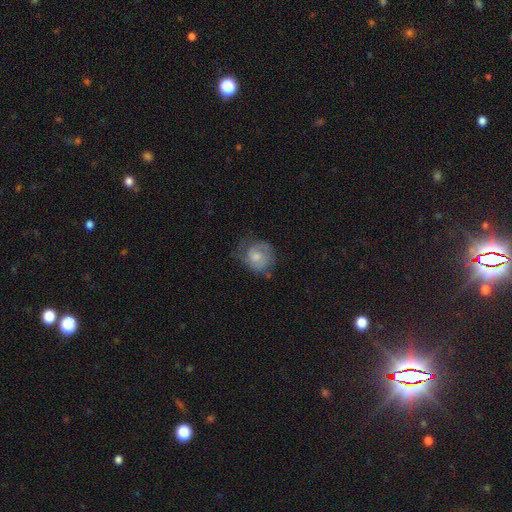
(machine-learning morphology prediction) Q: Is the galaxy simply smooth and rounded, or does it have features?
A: featured or disk — 50%.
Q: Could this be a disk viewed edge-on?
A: no — 97%.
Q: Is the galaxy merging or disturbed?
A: none — 59%.